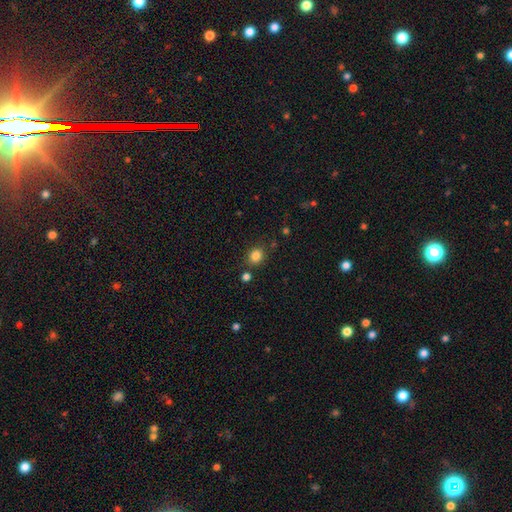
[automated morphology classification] Smooth or featured? Predicted: smooth (p=0.83). How rounded? Predicted: round (p=0.67). Merging? Predicted: none (p=0.79).